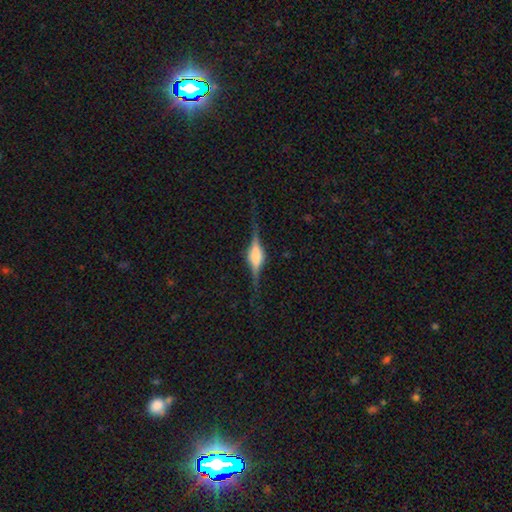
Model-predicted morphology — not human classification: Smooth or featured?
  - featured or disk: 84% *
  - smooth: 10%
  - star or artifact: 7%
Edge-on disk?
  - yes: 98% *
  - no: 2%
Edge-on bulge?
  - rounded: 71% *
  - boxy: 26%
  - none: 3%
Merging?
  - none: 84% *
  - minor disturbance: 11%
  - major disturbance: 3%
  - merger: 1%